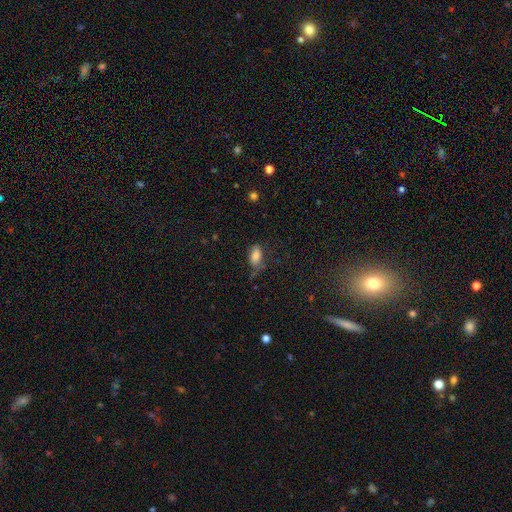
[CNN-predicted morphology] Smooth or featured? Predicted: smooth (p=0.81). How rounded? Predicted: in between (p=0.89). Merging? Predicted: none (p=0.50).